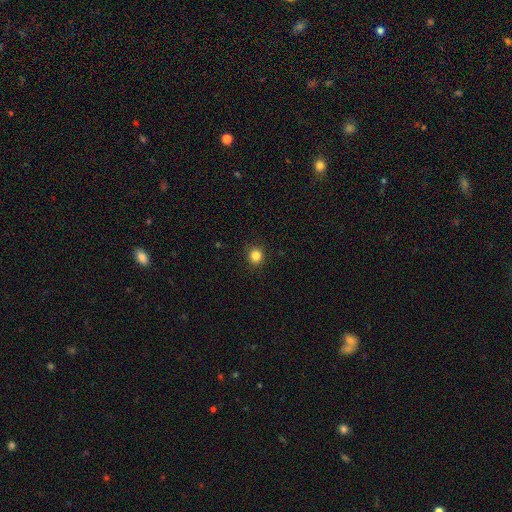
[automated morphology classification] A smooth galaxy with no disk features (84%) that is round (90%).

Vote fractions:
- Smooth or featured? smooth: 84% / star or artifact: 12% / featured or disk: 4%
- How rounded? round: 90% / in between: 9% / cigar-shaped: 1%
- Merging? none: 92% / minor disturbance: 6% / major disturbance: 2% / merger: 1%